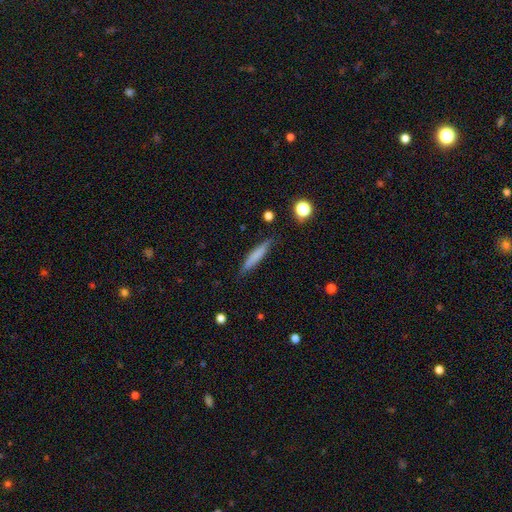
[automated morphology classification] smooth-or-featured: smooth: 72% | featured or disk: 21% | star or artifact: 7%
  how-rounded: cigar-shaped: 90% | in between: 8% | round: 1%
  merging: none: 84% | minor disturbance: 12% | major disturbance: 2% | merger: 2%